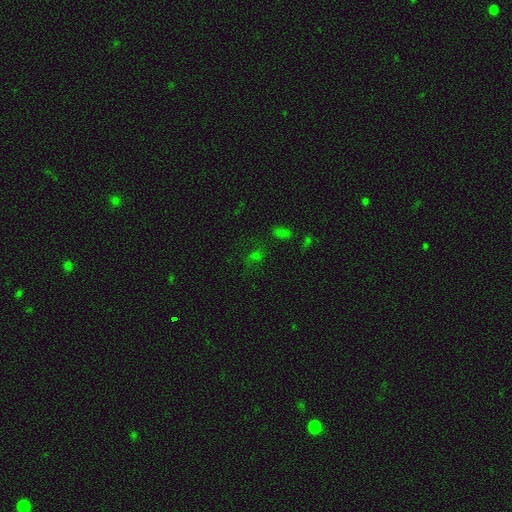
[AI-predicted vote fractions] Smooth or featured: star or artifact — 48% (smooth — 38%)